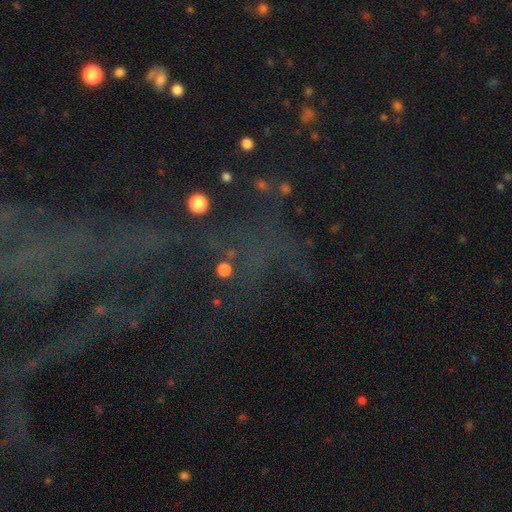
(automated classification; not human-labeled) A star or artifact, not a galaxy (67%).

Vote fractions:
- Smooth or featured? star or artifact: 67% / featured or disk: 18% / smooth: 15%